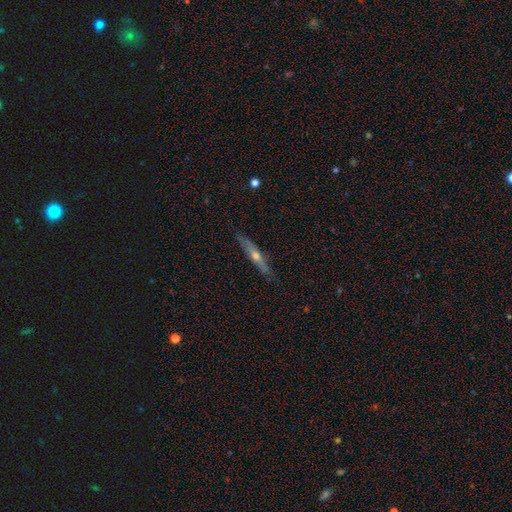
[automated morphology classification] The model was most divided on "smooth or featured": featured or disk: 65%, smooth: 29%, star or artifact: 7%. More confident: edge-on disk — yes (92%); edge-on bulge — rounded (86%); merging — none (85%).